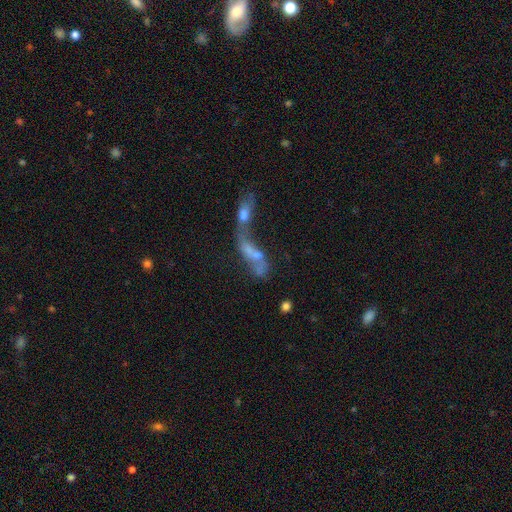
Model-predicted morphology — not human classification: Q: Smooth or featured?
A: featured or disk (50%); runner-up: smooth (35%)
Q: Edge-on disk?
A: no (85%); runner-up: yes (15%)
Q: Merging?
A: merger (73%); runner-up: major disturbance (12%)